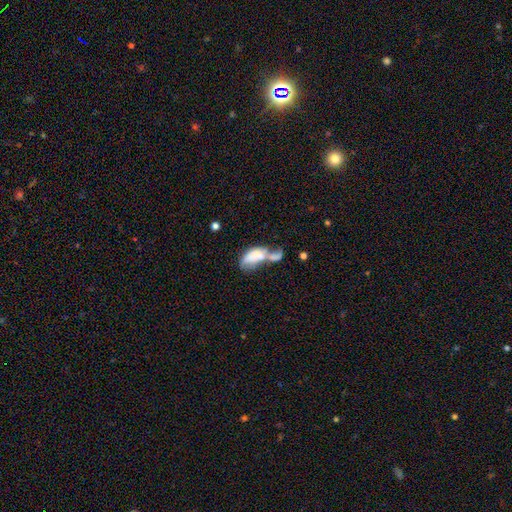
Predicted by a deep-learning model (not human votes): Overall: smooth (53%; featured or disk 38%). How rounded: in between (88%). Merging: merger (61%).